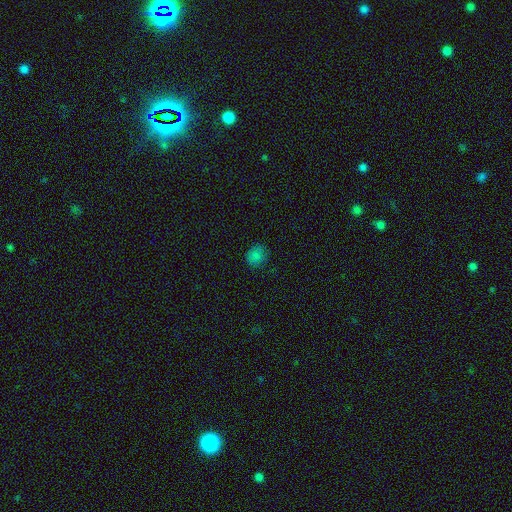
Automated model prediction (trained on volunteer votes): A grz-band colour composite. It shows a smooth galaxy with no disk features (80%) that is round (80%). Merging: none (83%).